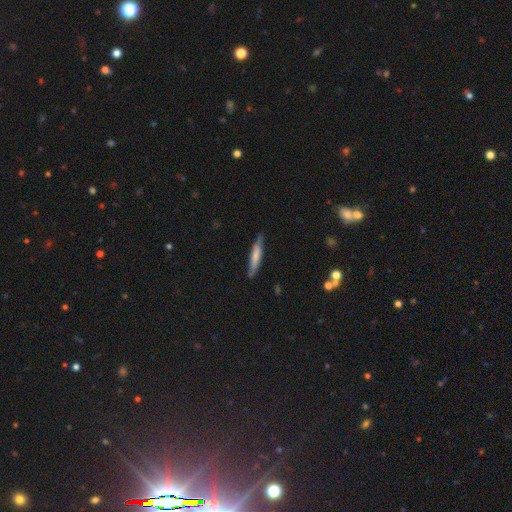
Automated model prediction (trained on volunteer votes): Morphology: type=smooth (63%); roundness=cigar-shaped (91%); merging=none (78%).